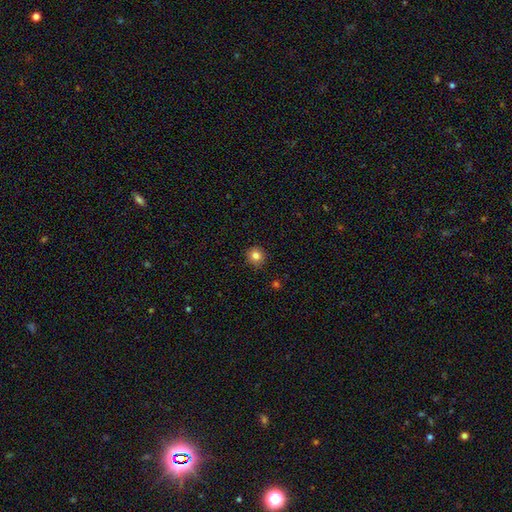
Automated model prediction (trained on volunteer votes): This is clearly a smooth galaxy (82%). How rounded: clearly round (93%). Merging: clearly none (90%).